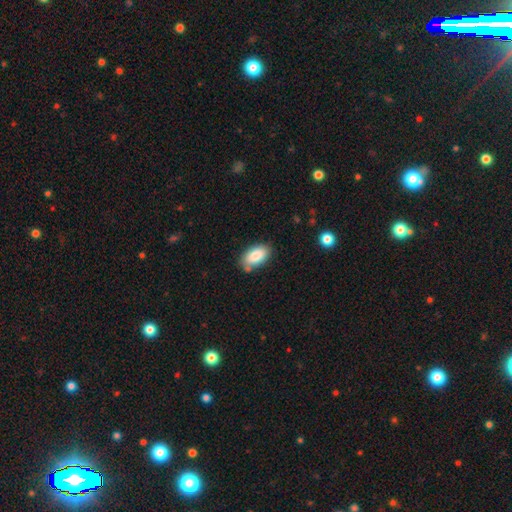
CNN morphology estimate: Overall: smooth (86%). How rounded: in between (94%). Merging: none (75%).